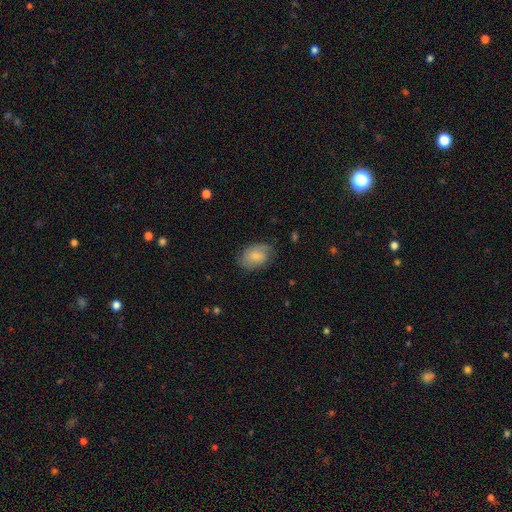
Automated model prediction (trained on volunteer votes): Smooth or featured: smooth — 70% (featured or disk — 23%)
How rounded: in between — 83% (round — 16%)
Merging: none — 71% (minor disturbance — 22%)